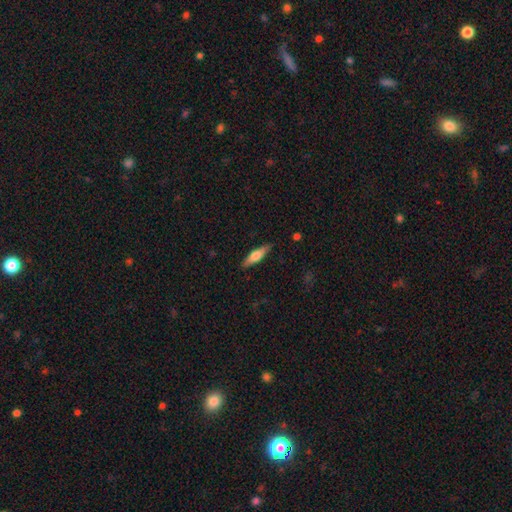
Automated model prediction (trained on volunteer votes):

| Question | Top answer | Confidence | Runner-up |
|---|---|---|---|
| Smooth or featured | smooth | 57% | featured or disk (37%) |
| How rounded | cigar-shaped | 69% | in between (29%) |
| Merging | none | 88% | minor disturbance (9%) |